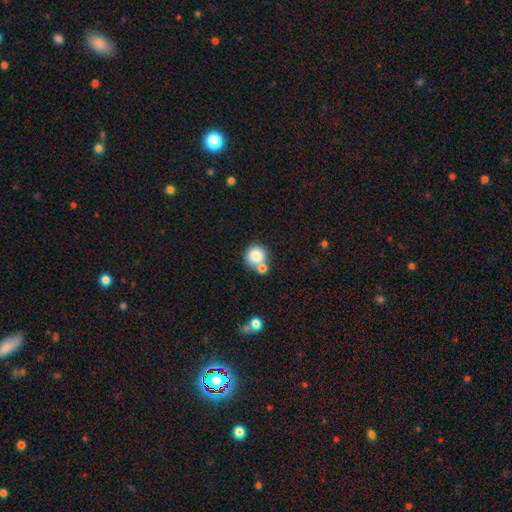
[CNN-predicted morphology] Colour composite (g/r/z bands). It shows a smooth galaxy with no disk features (82%) that is round (91%). Merging: none (53%).